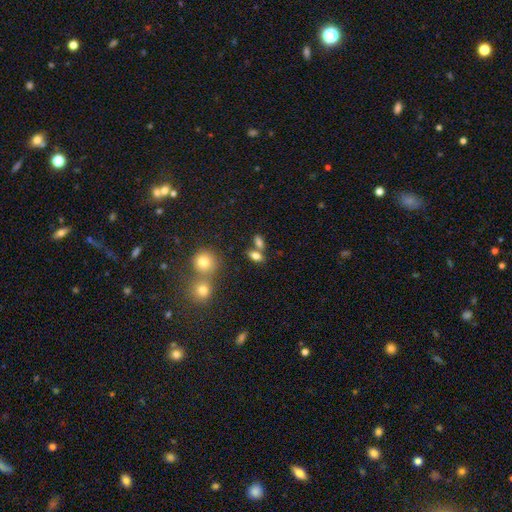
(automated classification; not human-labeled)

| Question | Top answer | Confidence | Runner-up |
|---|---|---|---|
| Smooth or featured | smooth | 75% | featured or disk (14%) |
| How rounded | in between | 80% | round (11%) |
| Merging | none | 54% | merger (30%) |